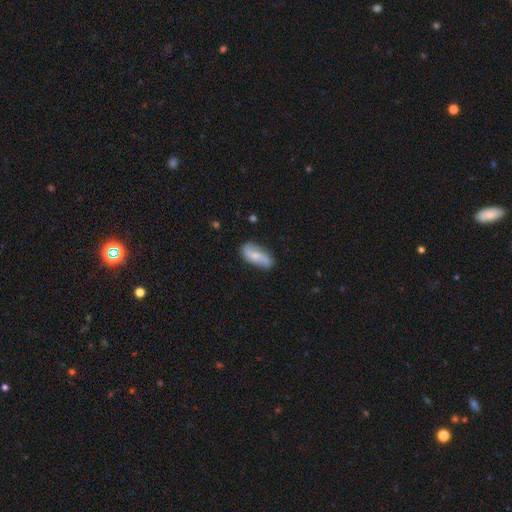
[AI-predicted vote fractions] Morphology: type=featured or disk (61%); edge-on=no (94%); bar=no (48%); spiral arms=yes (91%); winding=loose (71%); arm count=2 (89%); bulge=small (49%); merging=none (73%).